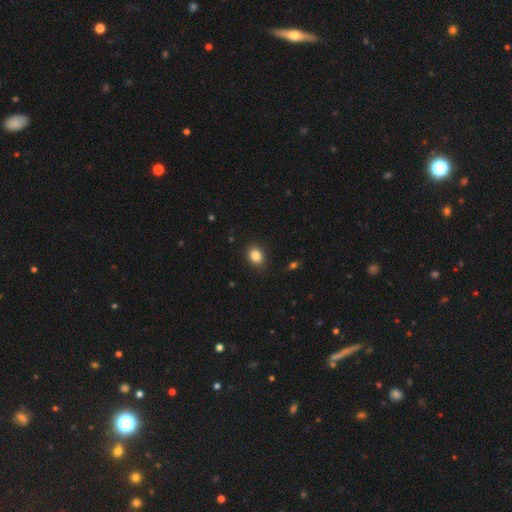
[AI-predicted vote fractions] This appears to be a smooth galaxy with no disk features (85%) that is in between round and cigar-shaped (59%). Merging: none (87%).